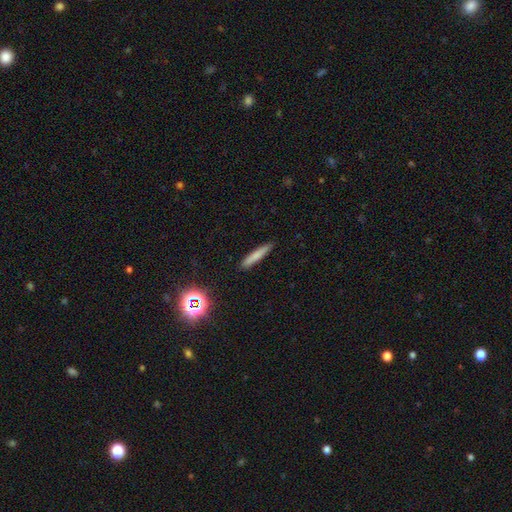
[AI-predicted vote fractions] Smooth or featured? smooth (75%)
How rounded? cigar-shaped (92%)
Merging? none (89%)